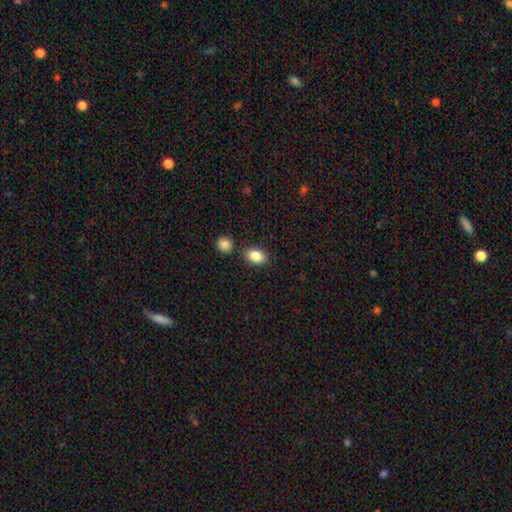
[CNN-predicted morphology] Q: Smooth or featured?
A: smooth (86%); runner-up: star or artifact (8%)
Q: How rounded?
A: in between (83%); runner-up: round (16%)
Q: Merging?
A: none (81%); runner-up: minor disturbance (9%)